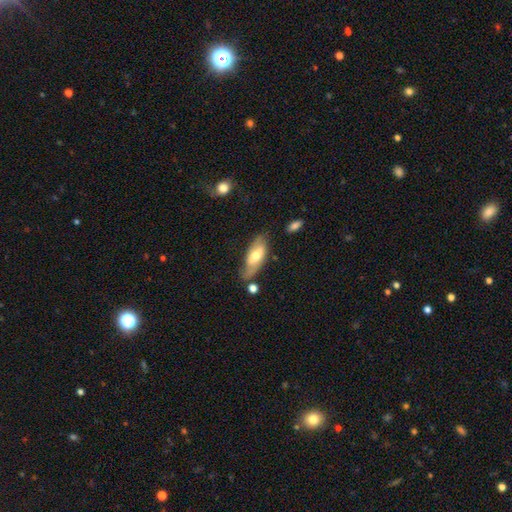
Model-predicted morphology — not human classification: Smooth or featured? smooth (53%)
How rounded? in between (80%)
Merging? none (57%)